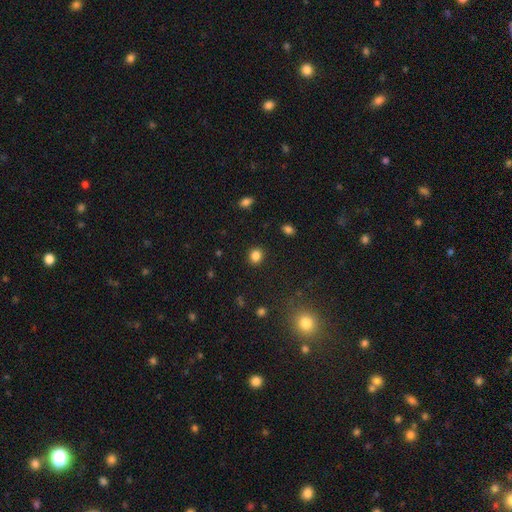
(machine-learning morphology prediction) This is clearly a smooth galaxy (85%). How rounded: likely round (75%). Merging: clearly none (90%).